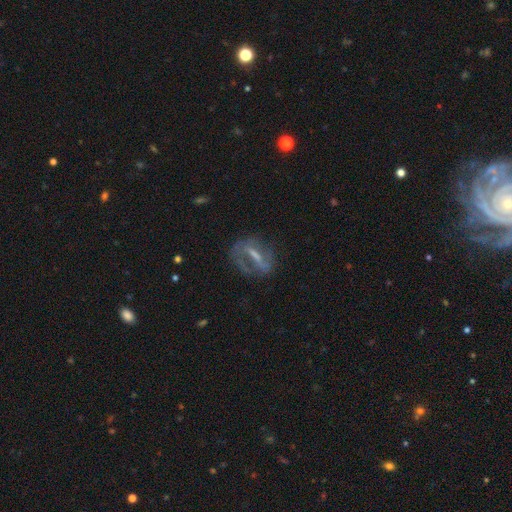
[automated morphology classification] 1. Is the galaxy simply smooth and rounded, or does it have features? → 65% featured or disk, 24% smooth, 11% star or artifact.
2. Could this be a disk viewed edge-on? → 84% no, 16% yes.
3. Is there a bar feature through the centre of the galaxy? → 56% strong, 28% weak, 16% no.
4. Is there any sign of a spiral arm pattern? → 52% no, 48% yes.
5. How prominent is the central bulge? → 33% small, 31% none, 29% moderate, 5% large, 2% dominant.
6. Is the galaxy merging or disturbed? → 56% none, 22% major disturbance, 19% minor disturbance, 3% merger.